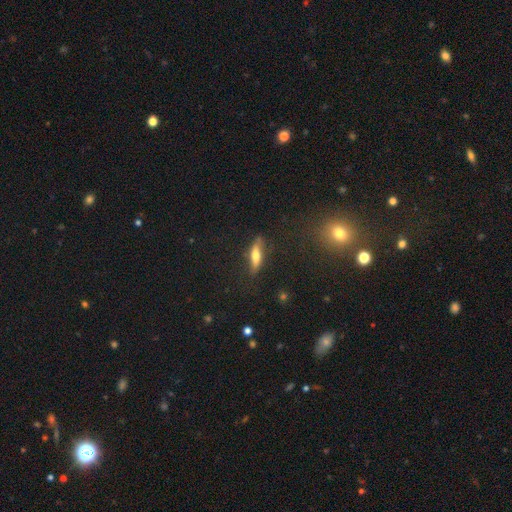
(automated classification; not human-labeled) smooth_or_featured: smooth (p=0.49) [alt: featured or disk p=0.44]
merging: none (p=0.79) [alt: minor disturbance p=0.15]